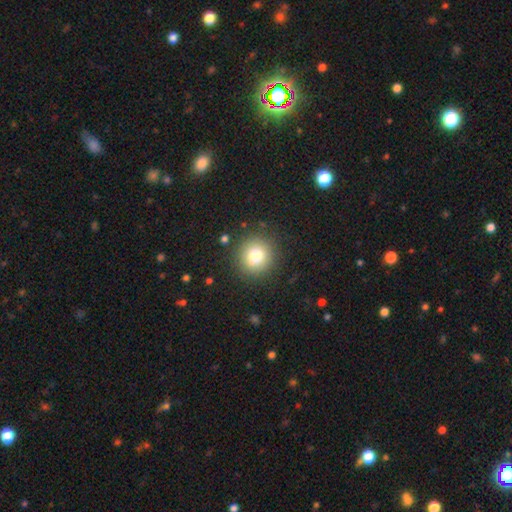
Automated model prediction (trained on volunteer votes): Q: Smooth or featured?
A: smooth (76%); runner-up: star or artifact (12%)
Q: How rounded?
A: round (92%); runner-up: in between (7%)
Q: Merging?
A: none (87%); runner-up: minor disturbance (8%)